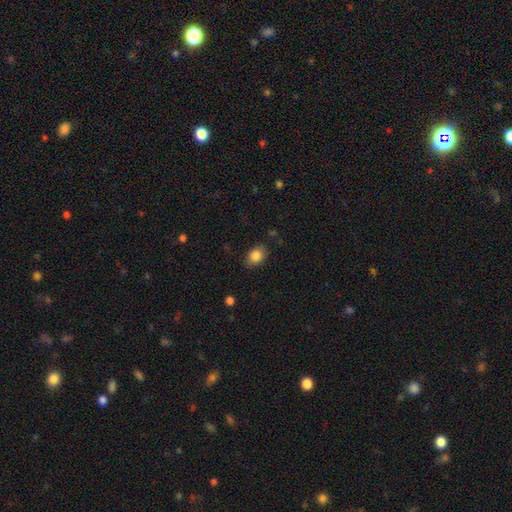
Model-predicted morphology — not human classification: Smooth or featured? smooth (85%)
How rounded? in between (73%)
Merging? none (83%)